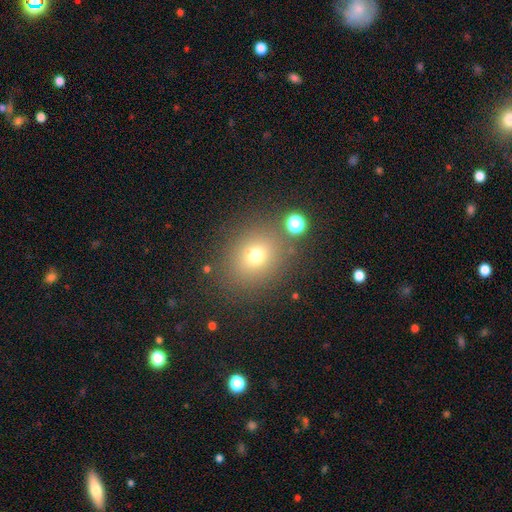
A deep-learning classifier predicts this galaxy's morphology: smooth-or-featured: smooth: 70% | star or artifact: 19% | featured or disk: 12%
  how-rounded: round: 70% | in between: 29% | cigar-shaped: 1%
  merging: none: 80% | minor disturbance: 10% | merger: 5% | major disturbance: 5%